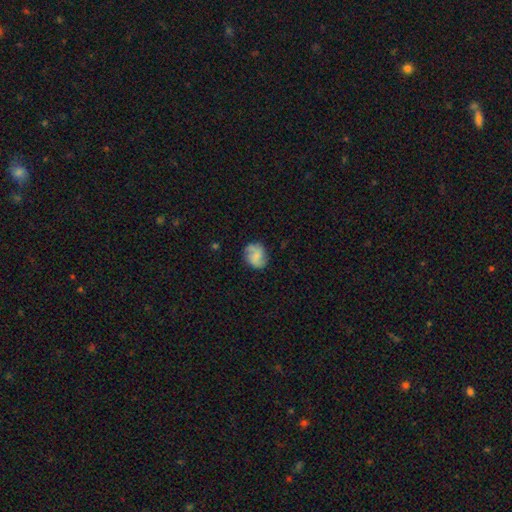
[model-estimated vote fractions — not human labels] smooth_or_featured: smooth (p=0.51) [alt: featured or disk p=0.41]
how_rounded: round (p=0.64) [alt: in between p=0.34]
merging: none (p=0.76) [alt: minor disturbance p=0.17]